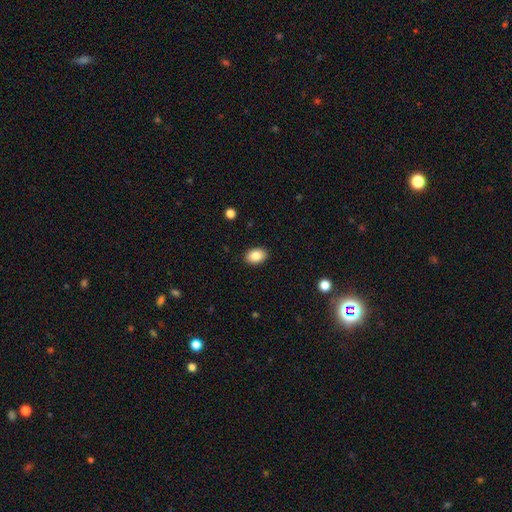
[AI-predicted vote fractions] Smooth or featured: smooth — 86% (star or artifact — 8%)
How rounded: in between — 80% (round — 19%)
Merging: none — 89% (minor disturbance — 8%)